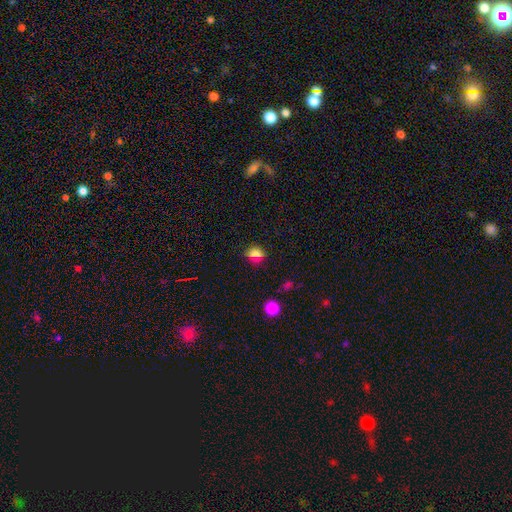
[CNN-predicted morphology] A smooth galaxy with no disk features (72%) that is round (78%). Merging: none (85%).